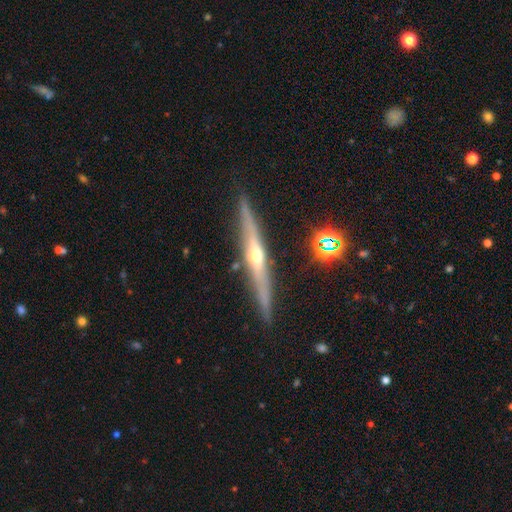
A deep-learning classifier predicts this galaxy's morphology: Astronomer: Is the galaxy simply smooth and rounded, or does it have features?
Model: featured or disk — 75%.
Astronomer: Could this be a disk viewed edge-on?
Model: yes — 96%.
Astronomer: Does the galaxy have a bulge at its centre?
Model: rounded — 82%.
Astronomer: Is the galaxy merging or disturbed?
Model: none — 89%.